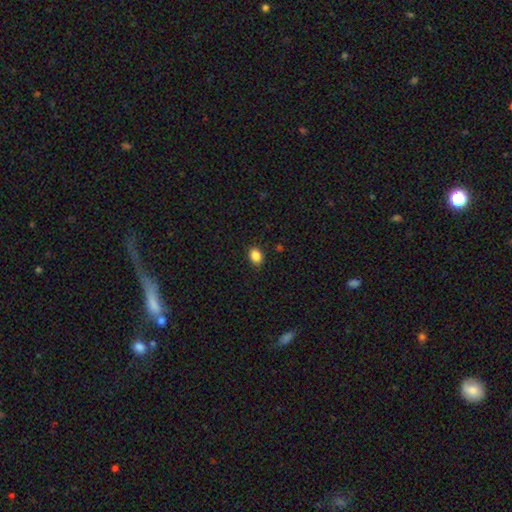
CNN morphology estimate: smooth 85%, star or artifact 10%, featured or disk 5%. Down the decision tree: how rounded — in between (54%); merging — none (86%).